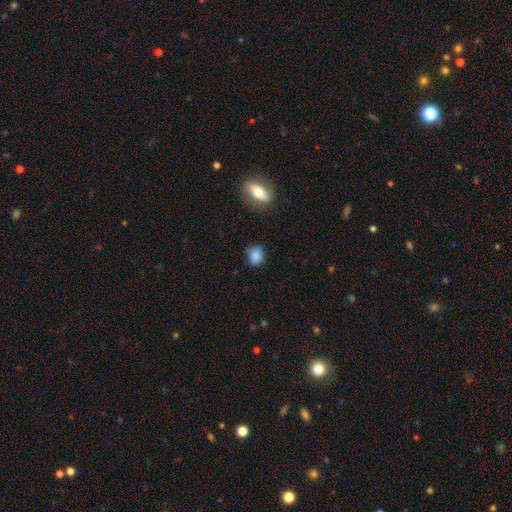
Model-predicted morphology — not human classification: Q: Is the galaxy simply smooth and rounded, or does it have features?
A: smooth — 86%.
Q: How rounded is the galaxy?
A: round — 59%.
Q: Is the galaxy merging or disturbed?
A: none — 79%.